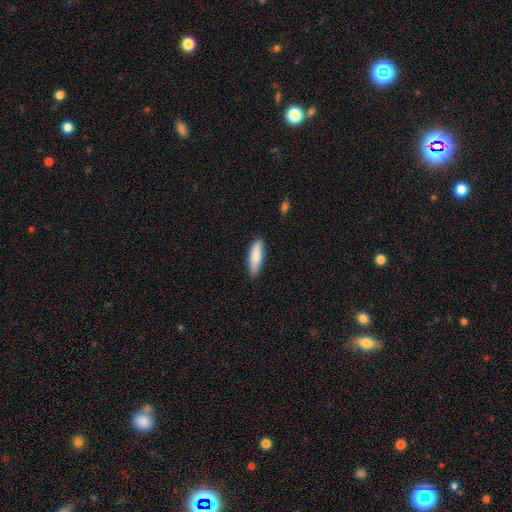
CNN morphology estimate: smooth-or-featured: smooth: 86% | featured or disk: 9% | star or artifact: 6%
  how-rounded: cigar-shaped: 59% | in between: 40% | round: 1%
  merging: none: 85% | minor disturbance: 12% | major disturbance: 2% | merger: 1%